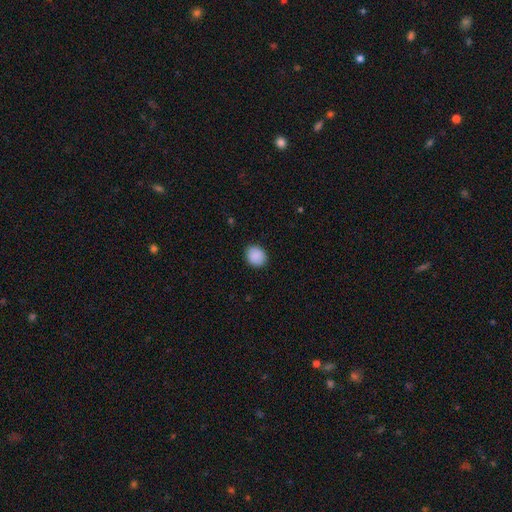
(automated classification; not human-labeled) Morphology: type=smooth (90%); roundness=round (57%); merging=none (88%).